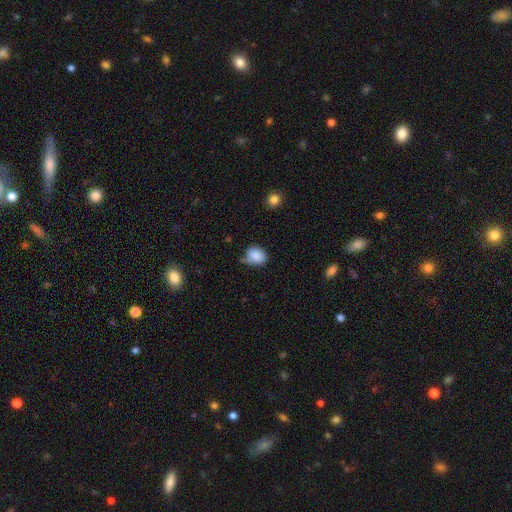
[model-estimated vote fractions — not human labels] Smooth or featured?
  - smooth: 86% *
  - star or artifact: 9%
  - featured or disk: 5%
How rounded?
  - round: 51% *
  - in between: 48%
  - cigar-shaped: 1%
Merging?
  - none: 58% *
  - minor disturbance: 29%
  - merger: 6%
  - major disturbance: 6%